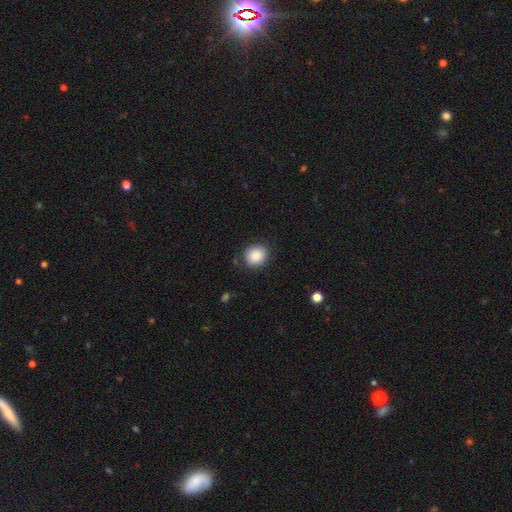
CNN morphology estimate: Smooth or featured?
  - smooth: 88% *
  - star or artifact: 8%
  - featured or disk: 4%
How rounded?
  - round: 74% *
  - in between: 25%
  - cigar-shaped: 1%
Merging?
  - none: 85% *
  - minor disturbance: 11%
  - major disturbance: 3%
  - merger: 1%